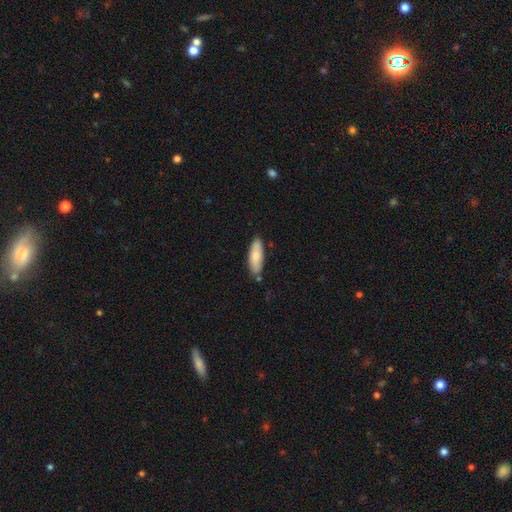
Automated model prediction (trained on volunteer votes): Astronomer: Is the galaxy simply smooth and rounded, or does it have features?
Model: smooth — 80%.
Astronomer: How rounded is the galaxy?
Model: in between — 60% (runner-up: cigar-shaped, 38%).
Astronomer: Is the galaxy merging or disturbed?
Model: none — 80%.